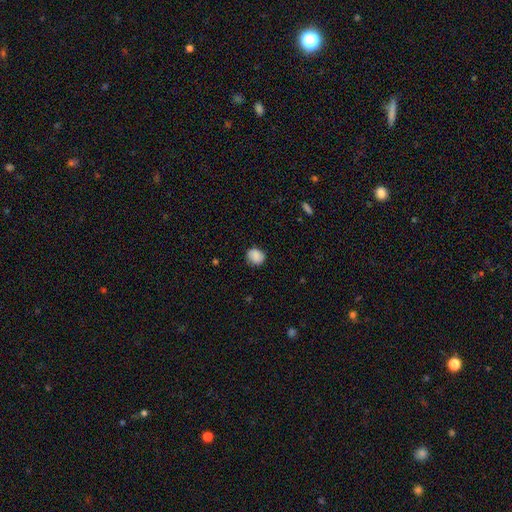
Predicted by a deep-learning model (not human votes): This appears to be a smooth galaxy with no disk features (84%) that is round (73%). Merging: none (80%).